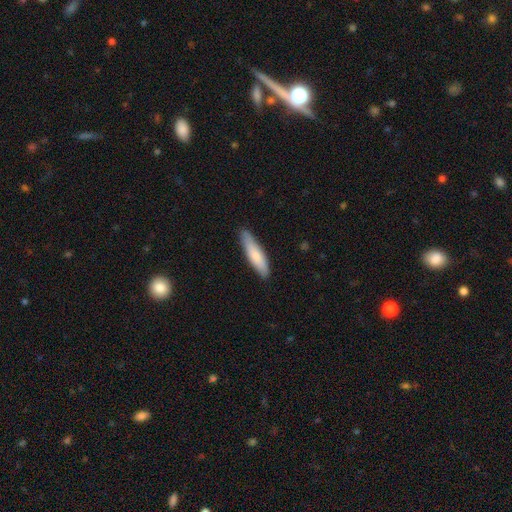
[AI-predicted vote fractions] Overall: smooth (78%). How rounded: cigar-shaped (77%). Merging: none (82%).